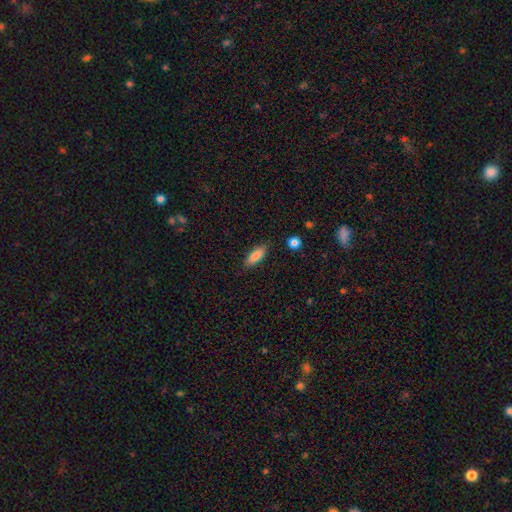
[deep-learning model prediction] Smooth or featured? smooth (84%)
How rounded? in between (66%)
Merging? none (85%)